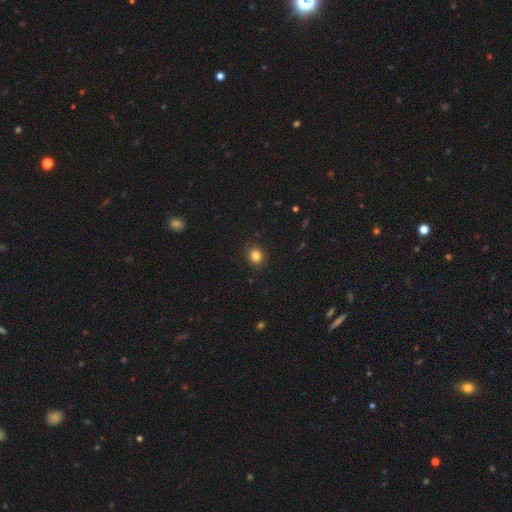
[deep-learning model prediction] This is clearly a smooth galaxy (84%). How rounded: likely round (79%). Merging: clearly none (90%).